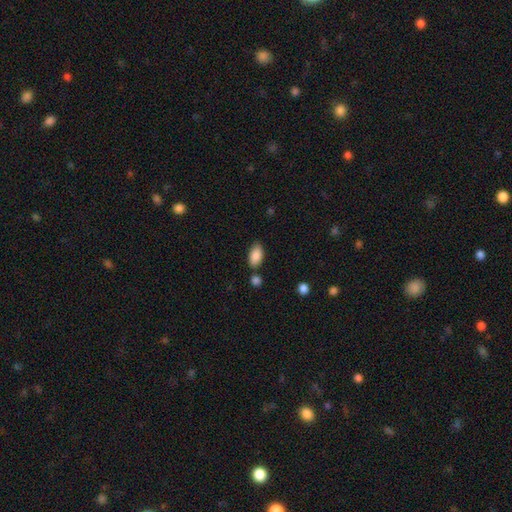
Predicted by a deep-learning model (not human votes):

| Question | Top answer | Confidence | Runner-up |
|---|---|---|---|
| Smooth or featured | smooth | 88% | star or artifact (7%) |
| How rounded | in between | 93% | cigar-shaped (4%) |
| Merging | none | 73% | minor disturbance (15%) |